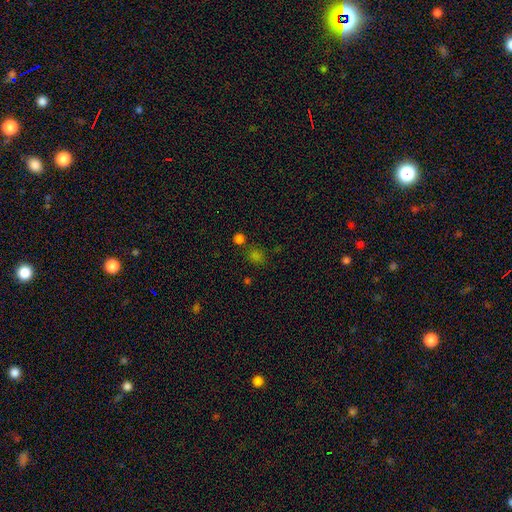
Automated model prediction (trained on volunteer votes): This is likely a smooth galaxy (65%). How rounded: likely round (73%). Merging: likely none (76%).